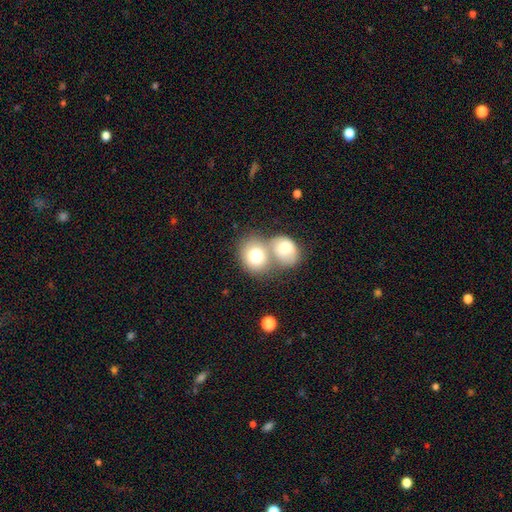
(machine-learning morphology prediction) This is likely a smooth galaxy (76%). How rounded: possibly round (57%). Merging: possibly merger (57%).